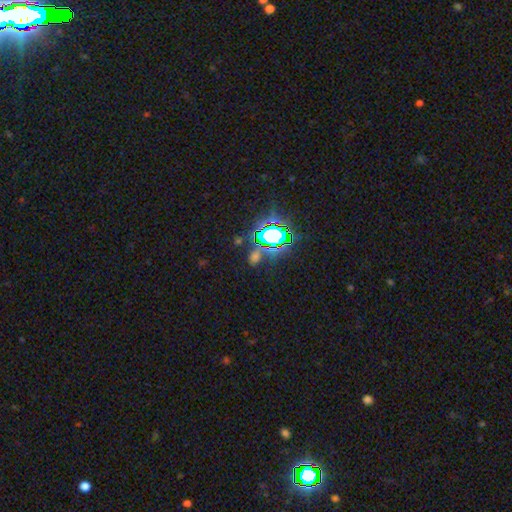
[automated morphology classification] Smooth or featured: star or artifact — 60% (smooth — 31%)